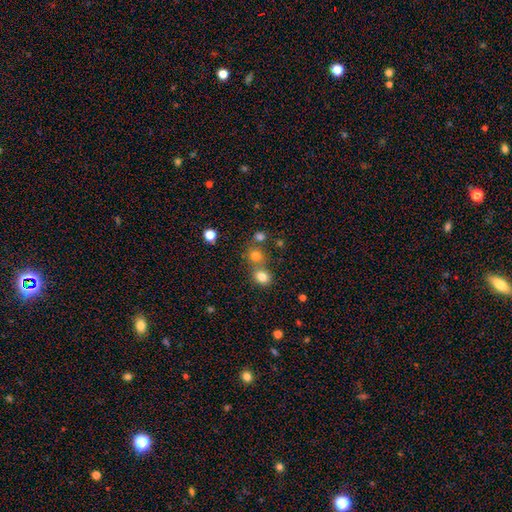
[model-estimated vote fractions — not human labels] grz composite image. It shows a smooth galaxy with no disk features (75%) that is round (79%). Merging: none (54%).